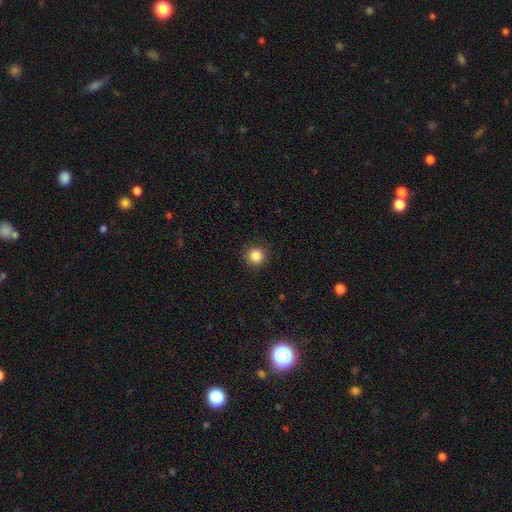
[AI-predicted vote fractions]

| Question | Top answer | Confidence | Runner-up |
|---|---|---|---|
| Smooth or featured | smooth | 86% | star or artifact (11%) |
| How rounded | round | 95% | in between (4%) |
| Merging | none | 91% | minor disturbance (6%) |